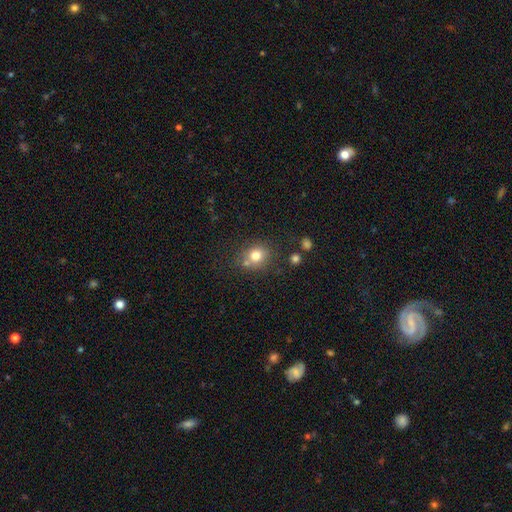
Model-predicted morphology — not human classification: smooth-or-featured: smooth: 78% | star or artifact: 12% | featured or disk: 10%
  how-rounded: round: 74% | in between: 25% | cigar-shaped: 1%
  merging: none: 66% | merger: 15% | minor disturbance: 14% | major disturbance: 5%